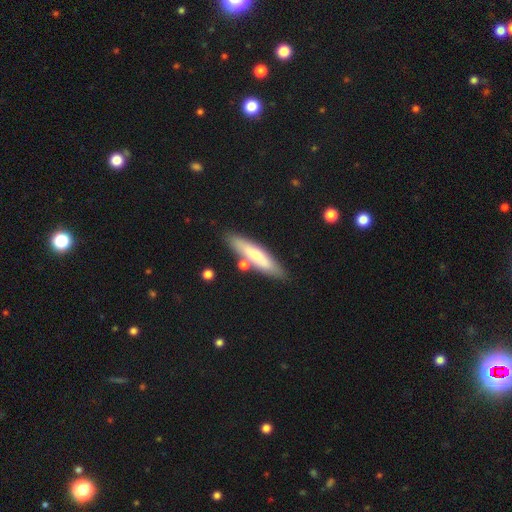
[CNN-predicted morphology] A smooth galaxy with no disk features (61%) that is cigar-shaped (76%).

Vote fractions:
- Smooth or featured? smooth: 61% / featured or disk: 33% / star or artifact: 6%
- How rounded? cigar-shaped: 76% / in between: 22% / round: 2%
- Merging? none: 78% / minor disturbance: 11% / merger: 8% / major disturbance: 3%